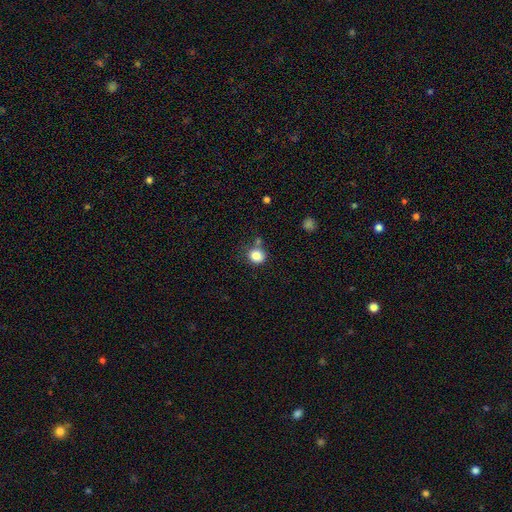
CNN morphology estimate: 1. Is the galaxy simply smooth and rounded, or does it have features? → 84% smooth, 10% star or artifact, 5% featured or disk.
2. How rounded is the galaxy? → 82% round, 17% in between, 1% cigar-shaped.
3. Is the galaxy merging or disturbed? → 69% none, 15% minor disturbance, 11% merger, 5% major disturbance.